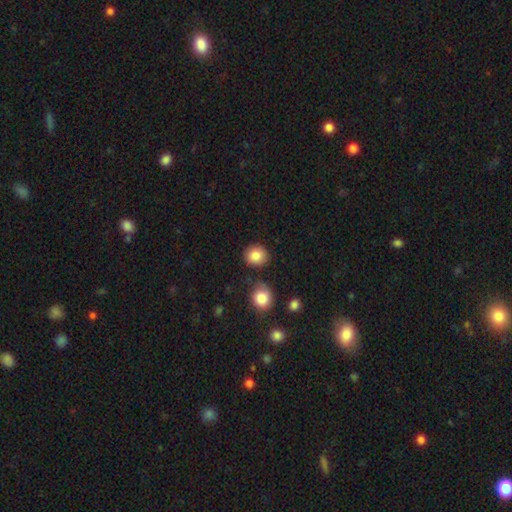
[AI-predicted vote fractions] Smooth or featured: smooth — 86% (star or artifact — 9%)
How rounded: round — 83% (in between — 16%)
Merging: none — 83% (minor disturbance — 10%)